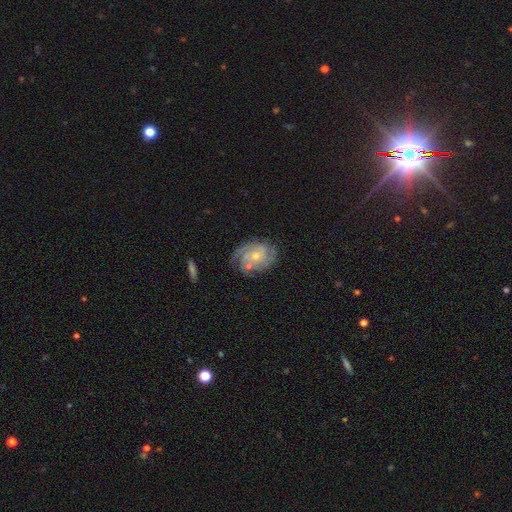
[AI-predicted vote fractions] This appears to be a featured or disk galaxy (80%) with no bar (69%), 3 (30%) tight (62%) spiral arms (95%) and a small central bulge (62%). Merging: none (71%).